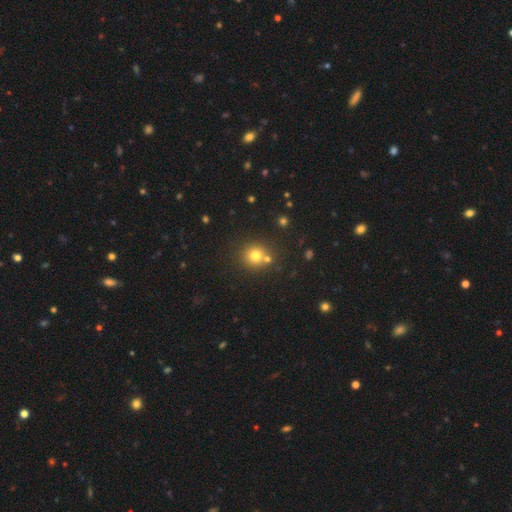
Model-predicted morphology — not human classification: A smooth galaxy with no disk features (75%) that is round (91%).

Vote fractions:
- Smooth or featured? smooth: 75% / star or artifact: 15% / featured or disk: 10%
- How rounded? round: 91% / in between: 8% / cigar-shaped: 1%
- Merging? none: 70% / merger: 19% / minor disturbance: 8% / major disturbance: 3%